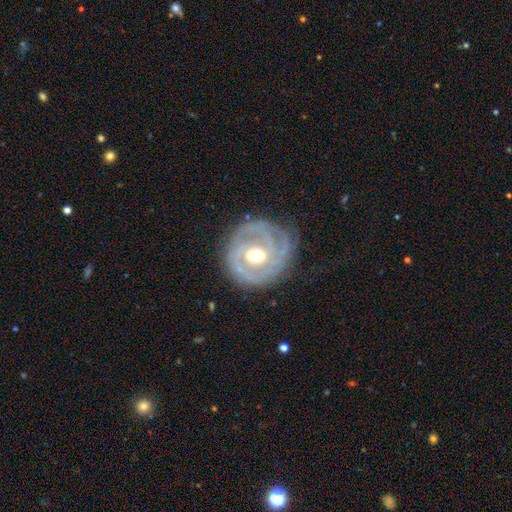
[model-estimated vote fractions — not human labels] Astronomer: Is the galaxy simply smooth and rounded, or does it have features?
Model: featured or disk — 86%.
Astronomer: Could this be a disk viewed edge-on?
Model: no — 97%.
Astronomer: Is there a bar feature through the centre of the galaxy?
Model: no — 50% (runner-up: weak, 37%).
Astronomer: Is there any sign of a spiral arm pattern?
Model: yes — 93%.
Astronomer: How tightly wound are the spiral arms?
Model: tight — 71%.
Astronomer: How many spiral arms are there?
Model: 2 — 32% (runner-up: 3, 25%).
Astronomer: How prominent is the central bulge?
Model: moderate — 76%.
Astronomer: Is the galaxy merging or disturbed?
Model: none — 77%.